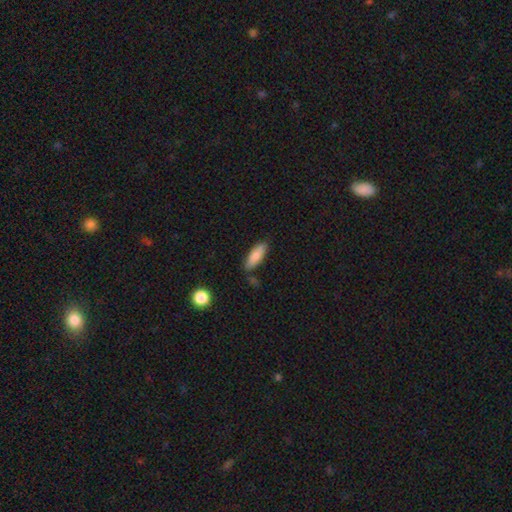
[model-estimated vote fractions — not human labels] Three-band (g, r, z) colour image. It shows a smooth galaxy with no disk features (83%) that is in between round and cigar-shaped (59%). Merging: none (78%).